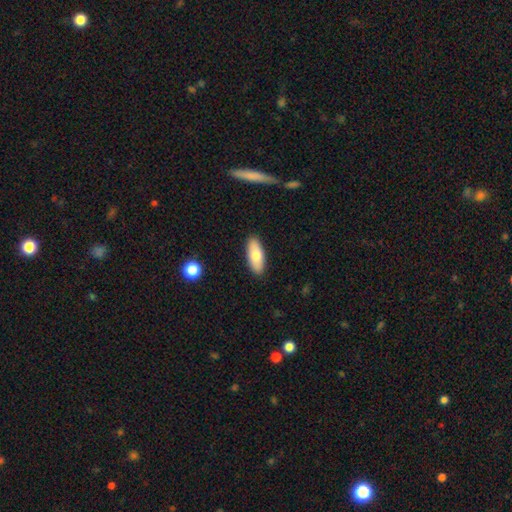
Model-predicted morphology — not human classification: This is likely a smooth galaxy (74%). How rounded: clearly in between (81%). Merging: clearly none (89%).